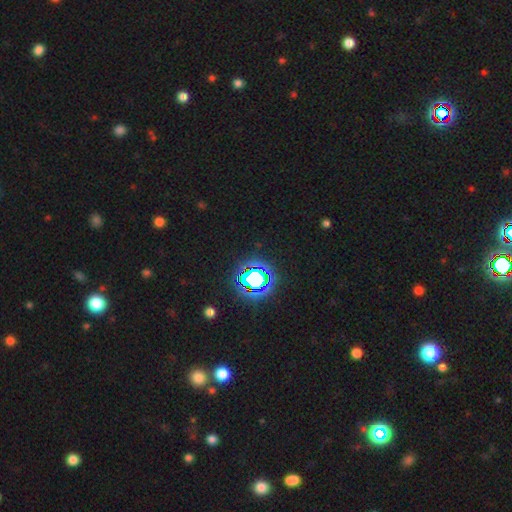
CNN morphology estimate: type=star or artifact (80%).